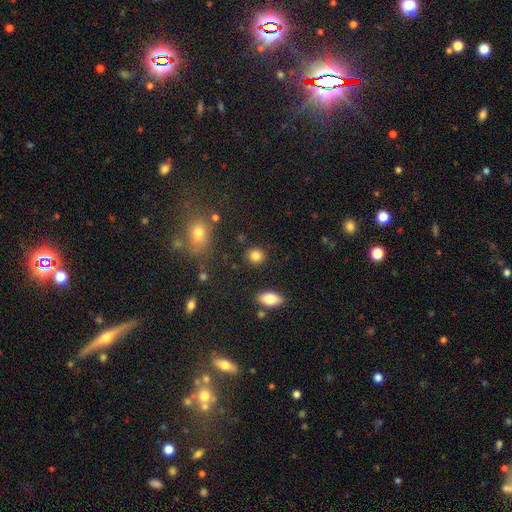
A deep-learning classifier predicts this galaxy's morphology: This appears to be a smooth galaxy with no disk features (84%) that is round (79%). Merging: none (87%).